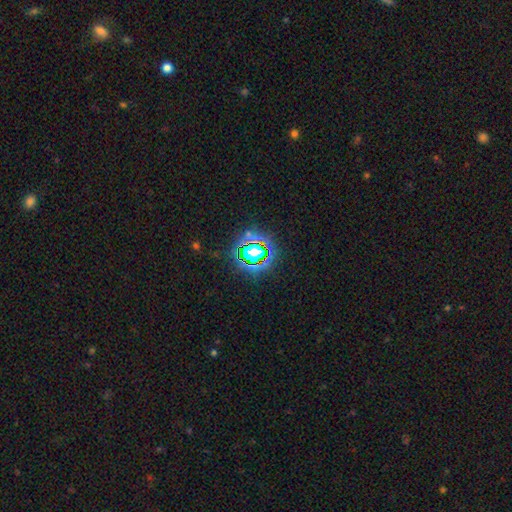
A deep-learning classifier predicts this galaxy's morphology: Overall: star or artifact (64%).